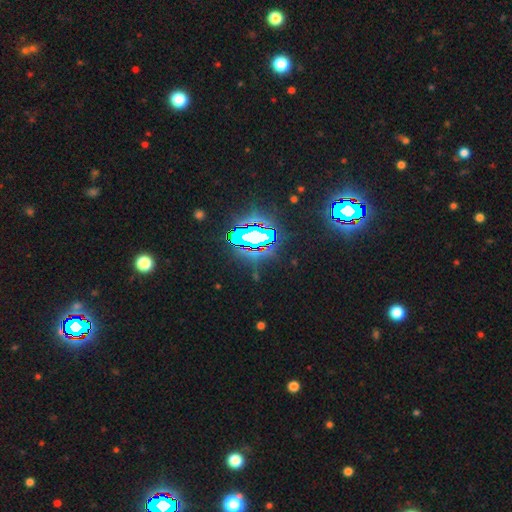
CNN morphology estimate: star or artifact 83%, smooth 10%, featured or disk 7%.